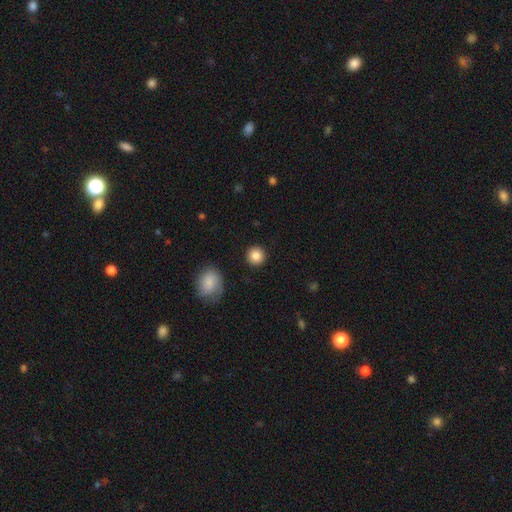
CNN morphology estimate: type=smooth (86%); roundness=round (94%); merging=none (91%).